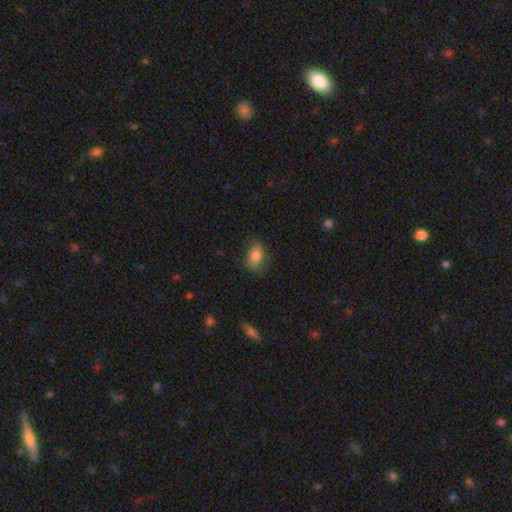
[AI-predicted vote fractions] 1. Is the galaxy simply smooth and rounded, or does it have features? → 81% smooth, 10% featured or disk, 9% star or artifact.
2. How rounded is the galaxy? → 85% in between, 14% round, 2% cigar-shaped.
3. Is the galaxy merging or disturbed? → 75% none, 19% minor disturbance, 5% major disturbance, 1% merger.